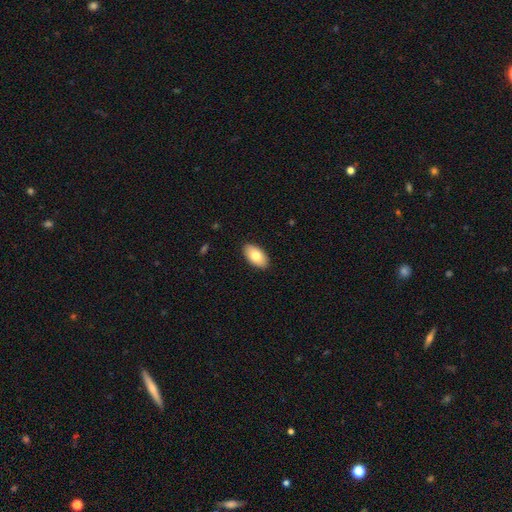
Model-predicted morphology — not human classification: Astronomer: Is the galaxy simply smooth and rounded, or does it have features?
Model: smooth — 79%.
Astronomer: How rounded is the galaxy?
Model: in between — 95%.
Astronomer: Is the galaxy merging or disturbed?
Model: none — 89%.